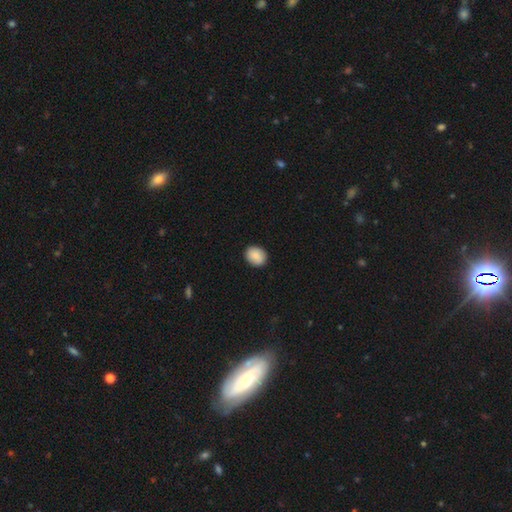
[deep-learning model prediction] This appears to be a smooth galaxy with no disk features (87%) that is round (50%, tied with in between). Merging: none (89%).